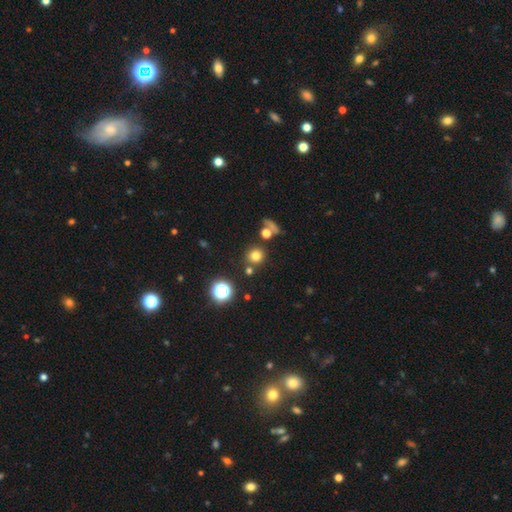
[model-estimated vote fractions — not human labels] Smooth or featured?
  - smooth: 73% *
  - star or artifact: 19%
  - featured or disk: 8%
How rounded?
  - round: 90% *
  - in between: 9%
  - cigar-shaped: 1%
Merging?
  - none: 77% *
  - merger: 11%
  - minor disturbance: 9%
  - major disturbance: 3%